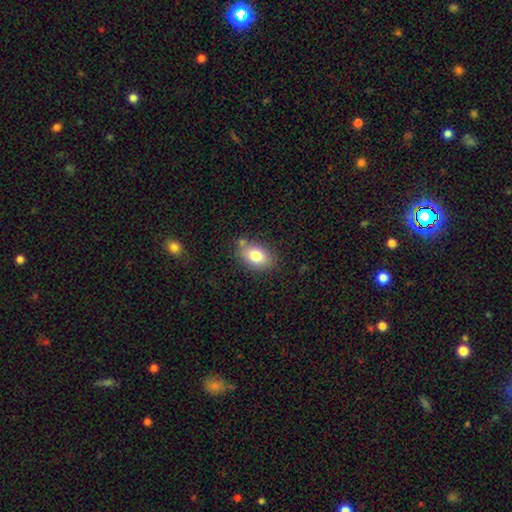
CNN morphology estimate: Smooth or featured? smooth (79%)
How rounded? in between (84%)
Merging? none (75%)